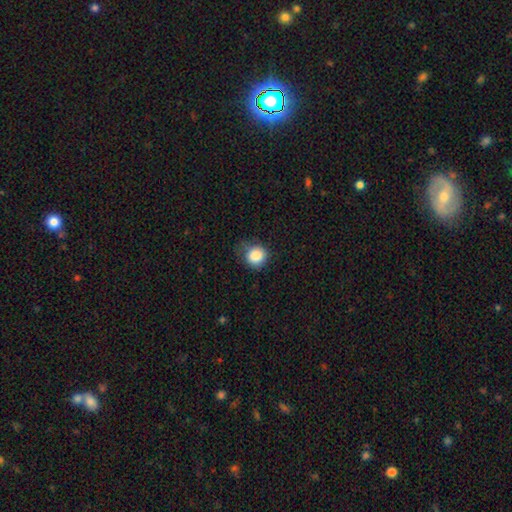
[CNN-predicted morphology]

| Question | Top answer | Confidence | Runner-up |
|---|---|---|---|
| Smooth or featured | smooth | 86% | star or artifact (9%) |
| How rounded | round | 85% | in between (14%) |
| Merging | none | 65% | minor disturbance (27%) |